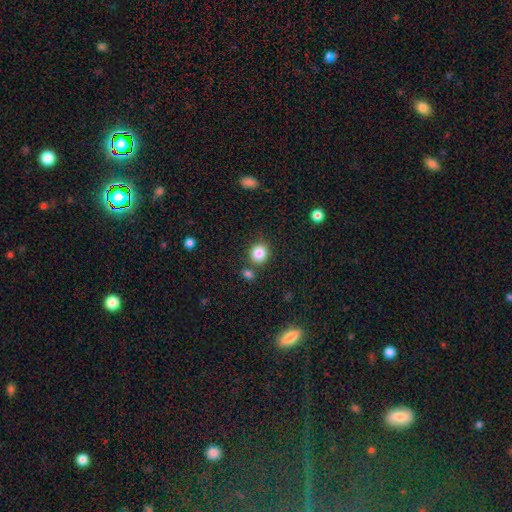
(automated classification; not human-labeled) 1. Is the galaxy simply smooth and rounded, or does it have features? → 57% smooth, 36% star or artifact, 7% featured or disk.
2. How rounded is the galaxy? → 82% round, 16% in between, 2% cigar-shaped.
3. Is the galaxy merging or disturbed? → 80% none, 8% minor disturbance, 8% merger, 4% major disturbance.